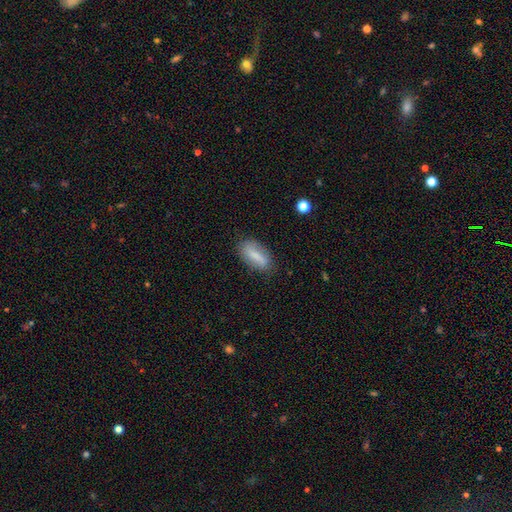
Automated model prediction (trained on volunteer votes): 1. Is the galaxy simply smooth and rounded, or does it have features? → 69% smooth, 23% featured or disk, 8% star or artifact.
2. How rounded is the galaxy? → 76% in between, 21% cigar-shaped, 3% round.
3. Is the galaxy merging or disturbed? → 78% none, 16% minor disturbance, 4% major disturbance, 2% merger.